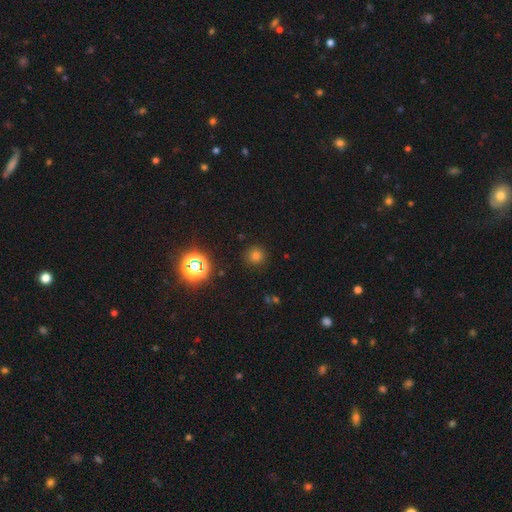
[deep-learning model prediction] Smooth or featured? smooth (72%)
How rounded? round (93%)
Merging? none (89%)